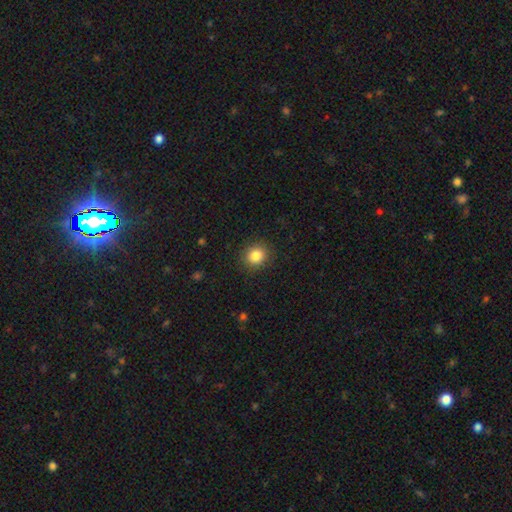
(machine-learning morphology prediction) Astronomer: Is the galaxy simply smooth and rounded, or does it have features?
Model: smooth — 84%.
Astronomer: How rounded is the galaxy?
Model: round — 81%.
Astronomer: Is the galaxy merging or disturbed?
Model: none — 89%.